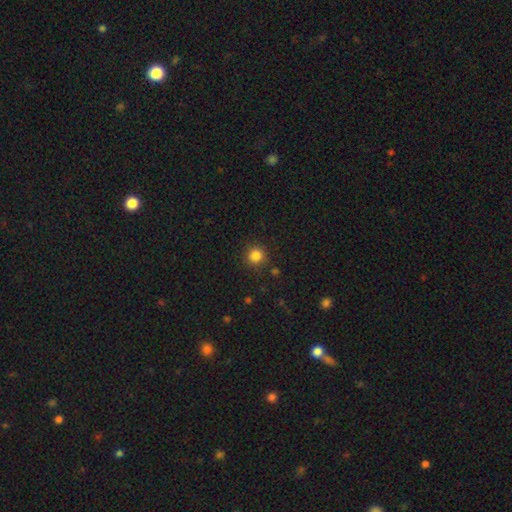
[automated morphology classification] A smooth galaxy with no disk features (84%) that is round (93%). Merging: none (88%).